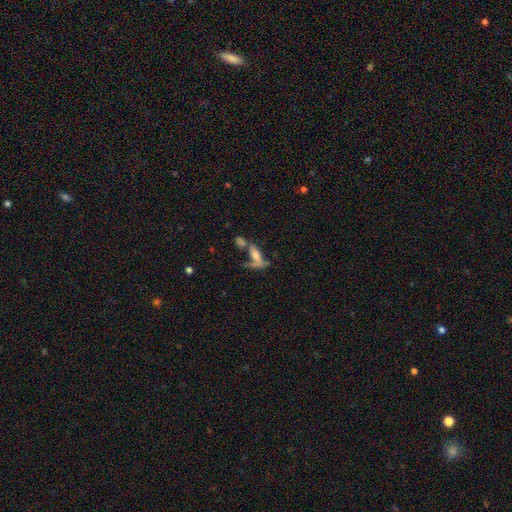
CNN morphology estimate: Smooth or featured: smooth — 47% (featured or disk — 39%)
Merging: merger — 40% (none — 27%)